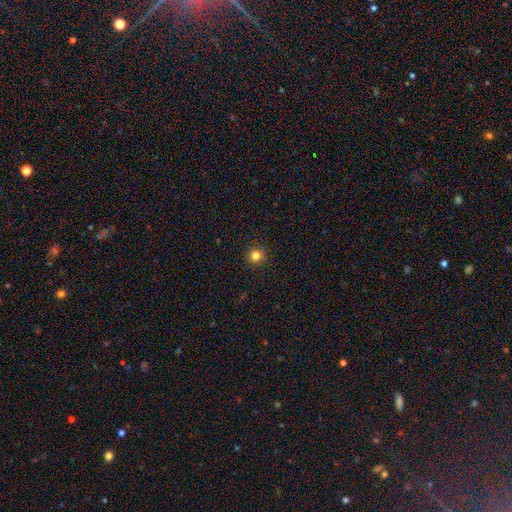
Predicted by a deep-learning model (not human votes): Morphology: type=smooth (82%); roundness=round (95%); merging=none (93%).